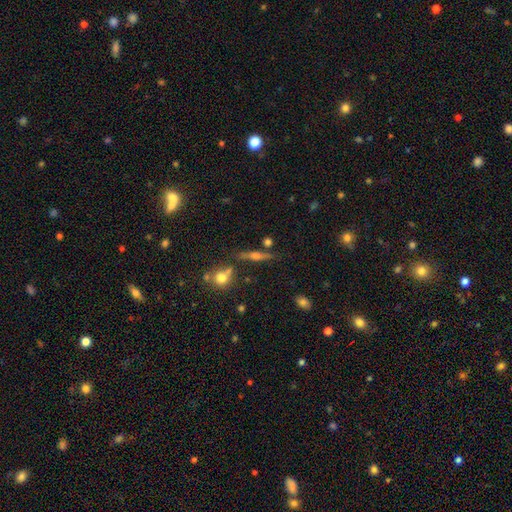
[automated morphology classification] A featured or disk galaxy (65%) viewed edge-on (94%) with a rounded central bulge (87%). Merging: none (76%).